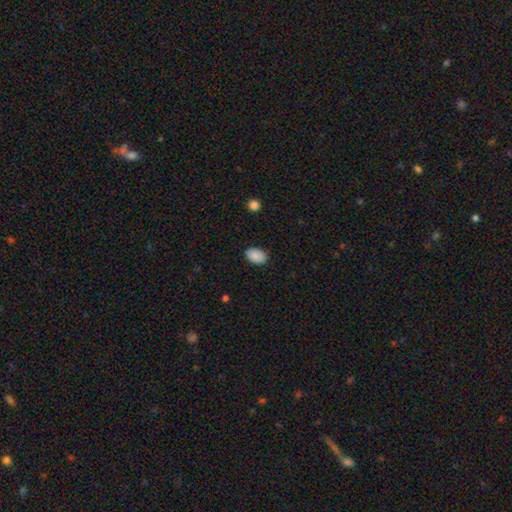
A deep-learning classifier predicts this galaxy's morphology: This appears to be a smooth galaxy with no disk features (89%) that is in between round and cigar-shaped (88%). Merging: none (87%).